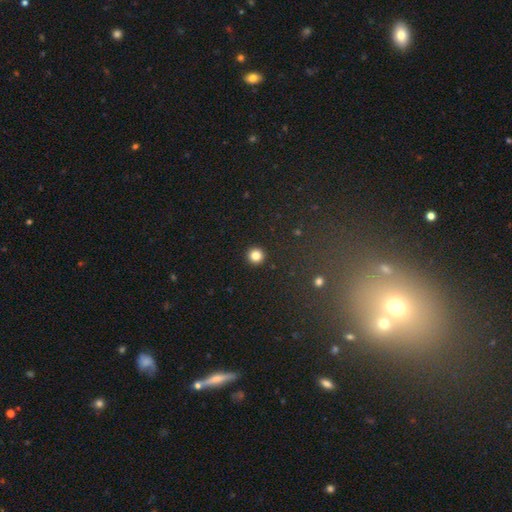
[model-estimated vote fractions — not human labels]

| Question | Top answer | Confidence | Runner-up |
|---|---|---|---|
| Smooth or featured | smooth | 83% | star or artifact (12%) |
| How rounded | round | 96% | in between (3%) |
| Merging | none | 94% | minor disturbance (4%) |